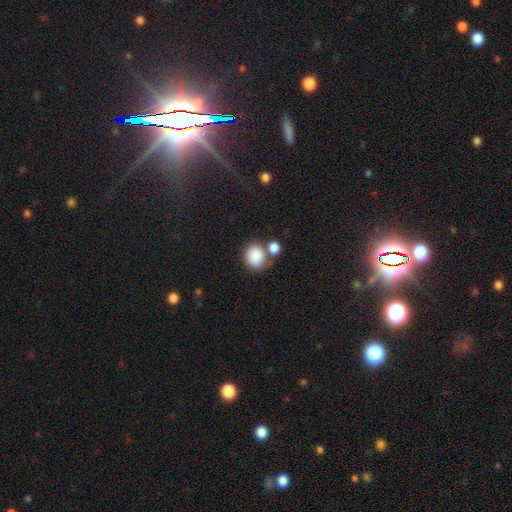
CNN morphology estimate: Q: Smooth or featured?
A: smooth (85%); runner-up: star or artifact (9%)
Q: How rounded?
A: round (62%); runner-up: in between (37%)
Q: Merging?
A: none (55%); runner-up: merger (28%)